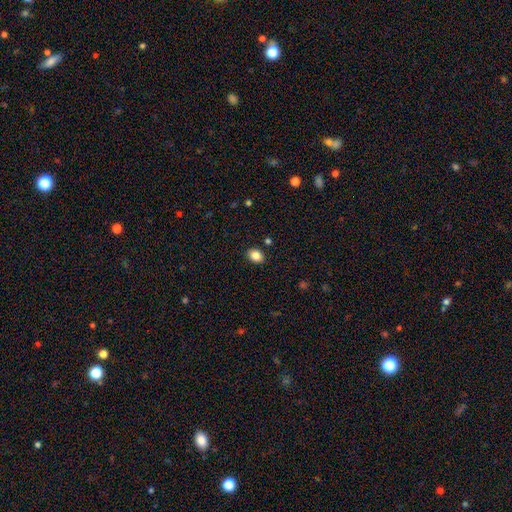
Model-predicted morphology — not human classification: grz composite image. It shows a smooth galaxy with no disk features (85%) that is in between round and cigar-shaped (66%). Merging: none (88%).